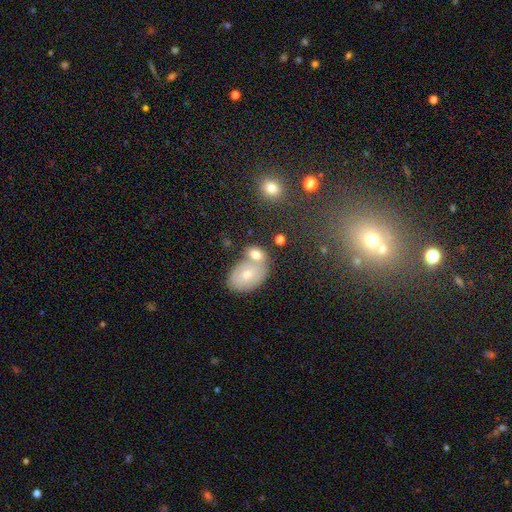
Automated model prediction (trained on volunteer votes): A smooth galaxy with no disk features (59%) that is in between round and cigar-shaped (77%).

Vote fractions:
- Smooth or featured? smooth: 59% / featured or disk: 29% / star or artifact: 11%
- How rounded? in between: 77% / round: 21% / cigar-shaped: 2%
- Merging? merger: 42% (tied) / none: 42% (tied) / minor disturbance: 12% / major disturbance: 4%